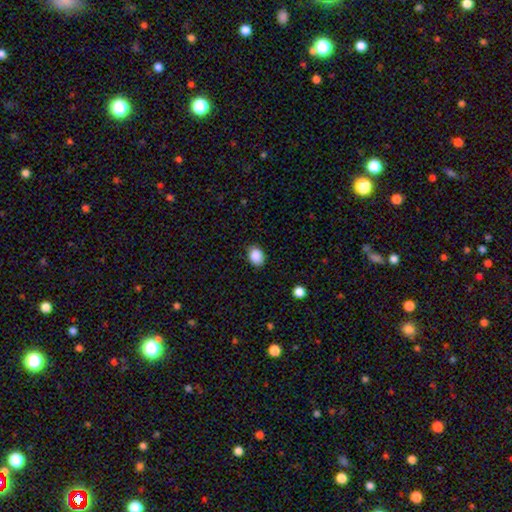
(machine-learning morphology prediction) smooth-or-featured: smooth: 88% | star or artifact: 9% | featured or disk: 3%
  how-rounded: in between: 63% | round: 36% | cigar-shaped: 1%
  merging: none: 83% | minor disturbance: 13% | major disturbance: 3% | merger: 1%